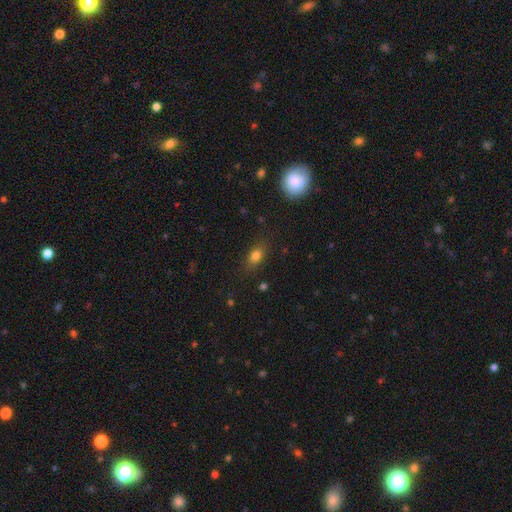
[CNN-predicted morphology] This appears to be a smooth galaxy with no disk features (76%) that is in between round and cigar-shaped (74%). Merging: none (80%).